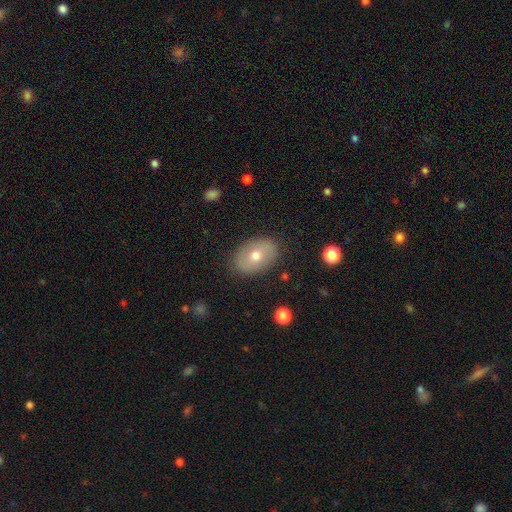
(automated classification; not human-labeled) Smooth or featured?
  - smooth: 63% *
  - featured or disk: 29%
  - star or artifact: 7%
How rounded?
  - in between: 82% *
  - round: 16%
  - cigar-shaped: 1%
Merging?
  - none: 84% *
  - minor disturbance: 11%
  - major disturbance: 3%
  - merger: 1%